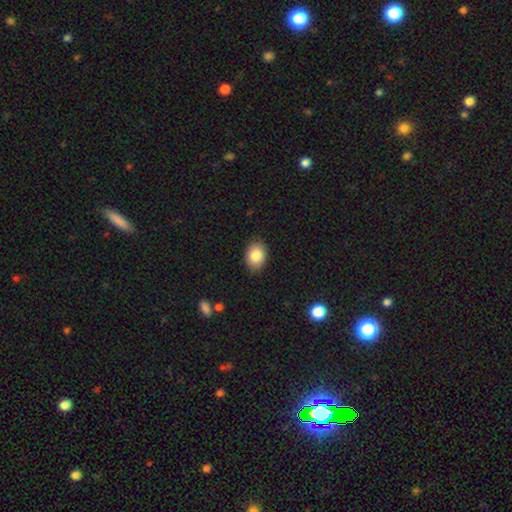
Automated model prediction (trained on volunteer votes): Smooth or featured?
  - smooth: 86% *
  - star or artifact: 8%
  - featured or disk: 6%
How rounded?
  - in between: 68% *
  - round: 31%
  - cigar-shaped: 1%
Merging?
  - none: 87% *
  - minor disturbance: 10%
  - major disturbance: 2%
  - merger: 1%